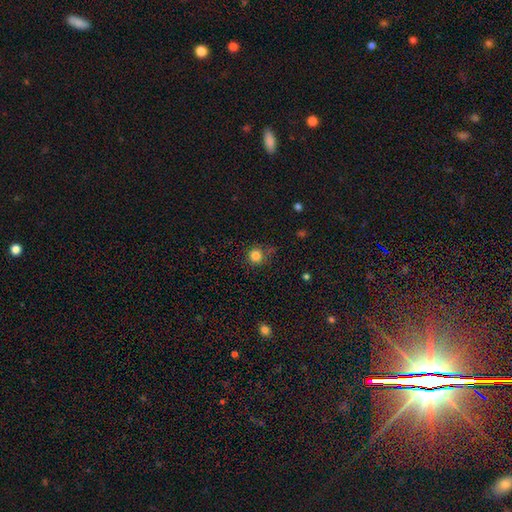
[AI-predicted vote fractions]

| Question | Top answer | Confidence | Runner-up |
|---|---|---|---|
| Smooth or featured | smooth | 83% | star or artifact (13%) |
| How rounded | round | 93% | in between (6%) |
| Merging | none | 76% | minor disturbance (15%) |